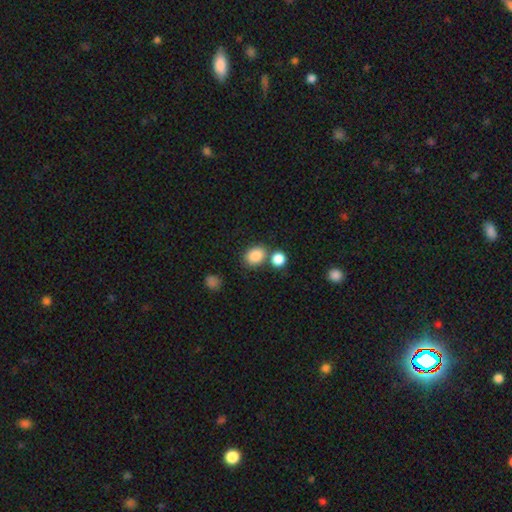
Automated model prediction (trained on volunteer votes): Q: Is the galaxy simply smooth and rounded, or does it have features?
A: smooth — 85%.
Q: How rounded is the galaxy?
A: round — 52%.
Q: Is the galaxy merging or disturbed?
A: none — 63%.